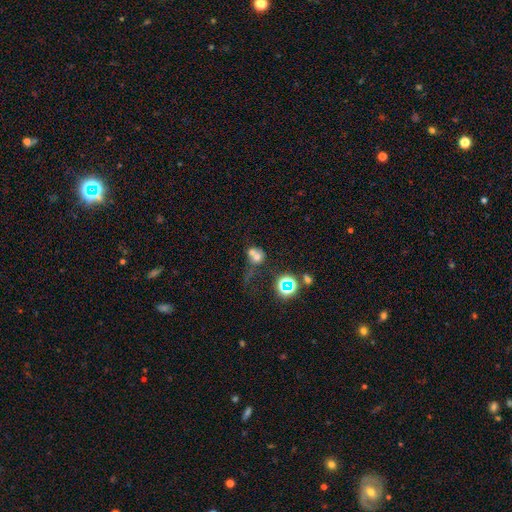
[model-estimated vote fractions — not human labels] Overall: smooth (58%; featured or disk 22%). How rounded: round (76%). Merging: merger (55%; none 27%).